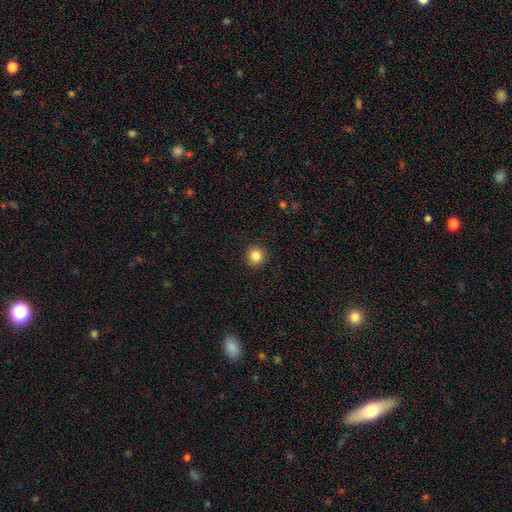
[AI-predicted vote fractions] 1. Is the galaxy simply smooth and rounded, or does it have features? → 84% smooth, 10% star or artifact, 5% featured or disk.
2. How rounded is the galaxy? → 91% round, 8% in between, 1% cigar-shaped.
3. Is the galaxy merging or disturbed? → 92% none, 5% minor disturbance, 2% major disturbance, 1% merger.